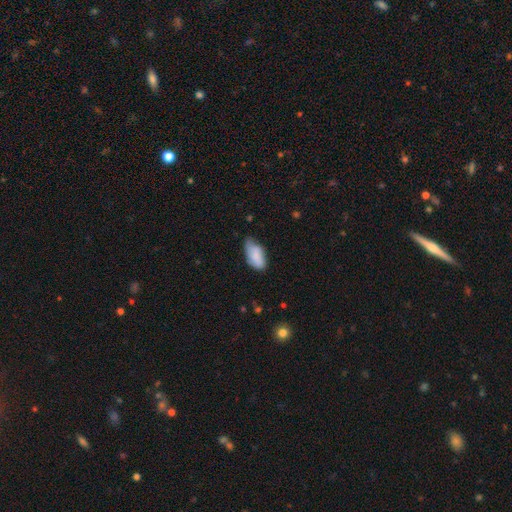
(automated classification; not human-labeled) smooth-or-featured: smooth: 80% | featured or disk: 13% | star or artifact: 7%
  how-rounded: in between: 93% | cigar-shaped: 5% | round: 2%
  merging: none: 49% | minor disturbance: 40% | major disturbance: 9% | merger: 2%